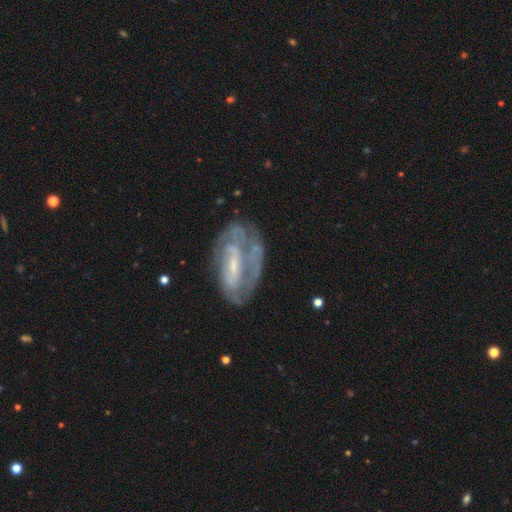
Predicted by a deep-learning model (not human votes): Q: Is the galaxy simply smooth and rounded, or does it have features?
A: featured or disk — 74%.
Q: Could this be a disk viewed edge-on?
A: no — 93%.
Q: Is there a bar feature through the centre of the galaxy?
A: weak — 41%.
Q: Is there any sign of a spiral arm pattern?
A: yes — 66%.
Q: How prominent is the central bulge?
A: small — 55%.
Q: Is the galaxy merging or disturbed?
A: none — 54%.